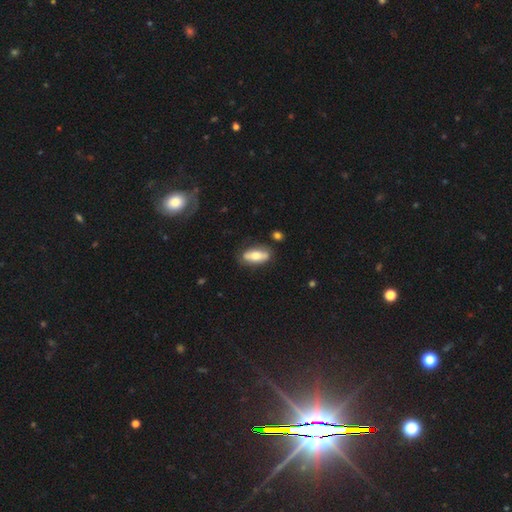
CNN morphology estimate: smooth 58%, featured or disk 36%, star or artifact 6%. Down the decision tree: how rounded — in between (76%); merging — none (79%).